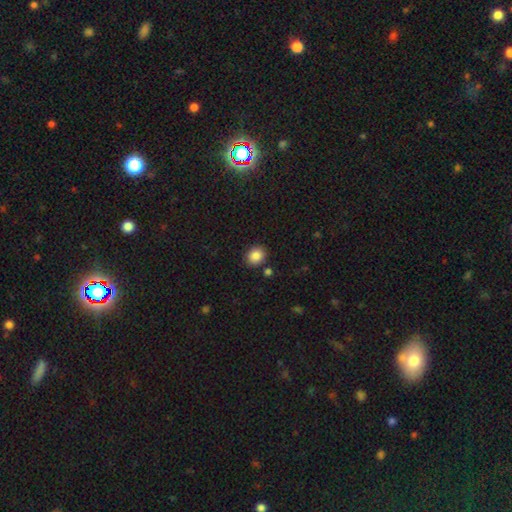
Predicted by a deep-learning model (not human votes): Smooth or featured? Predicted: smooth (p=0.86). How rounded? Predicted: round (p=0.68). Merging? Predicted: none (p=0.86).